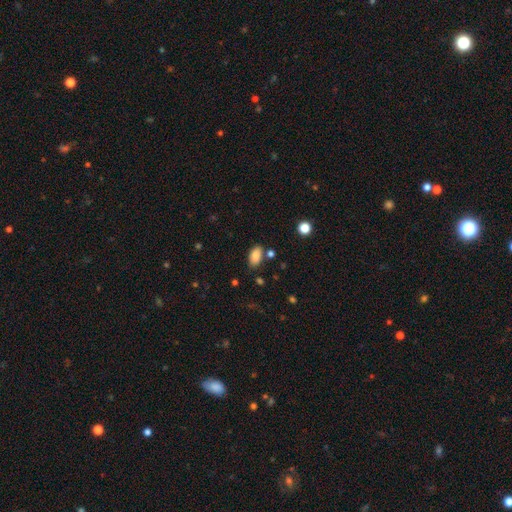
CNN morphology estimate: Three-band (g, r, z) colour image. It shows a smooth galaxy with no disk features (85%) that is in between round and cigar-shaped (93%). Merging: none (77%).